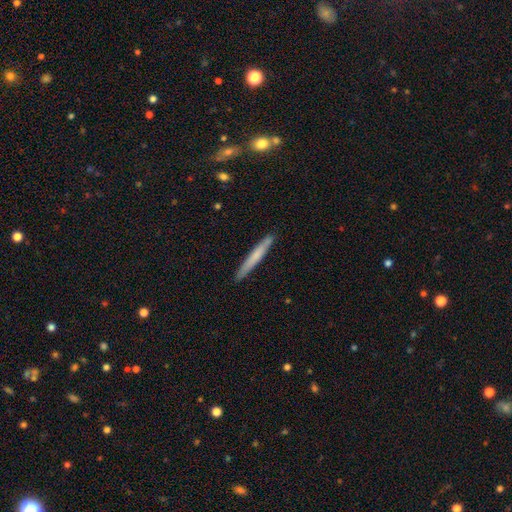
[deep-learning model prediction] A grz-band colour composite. It shows a smooth galaxy with no disk features (63%) that is cigar-shaped (96%). Merging: none (88%).